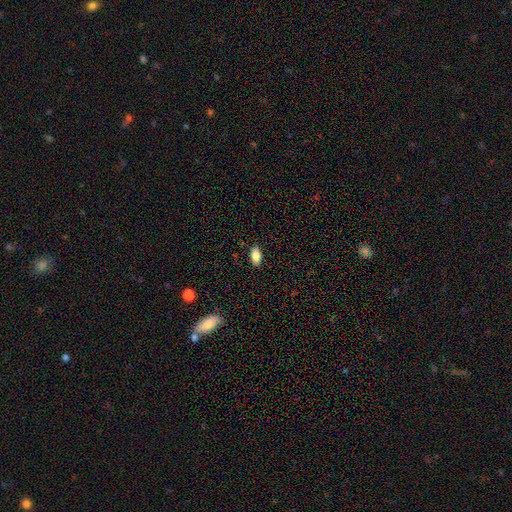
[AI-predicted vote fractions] A smooth galaxy with no disk features (86%) that is in between round and cigar-shaped (91%). Merging: none (88%).